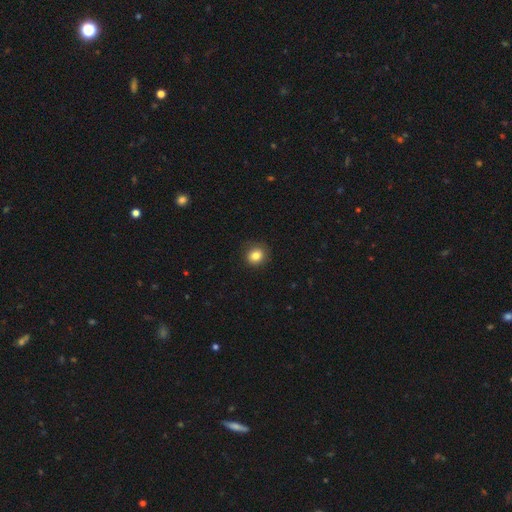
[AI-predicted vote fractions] Smooth or featured? Predicted: smooth (p=0.83). How rounded? Predicted: round (p=0.83). Merging? Predicted: none (p=0.85).